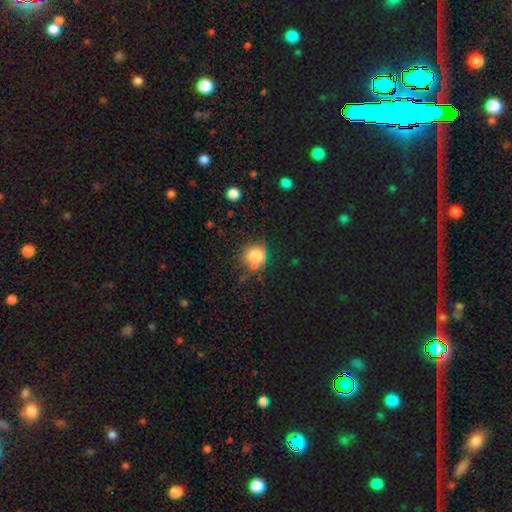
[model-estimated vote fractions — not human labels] Morphology: type=smooth (75%); roundness=round (87%); merging=none (63%).